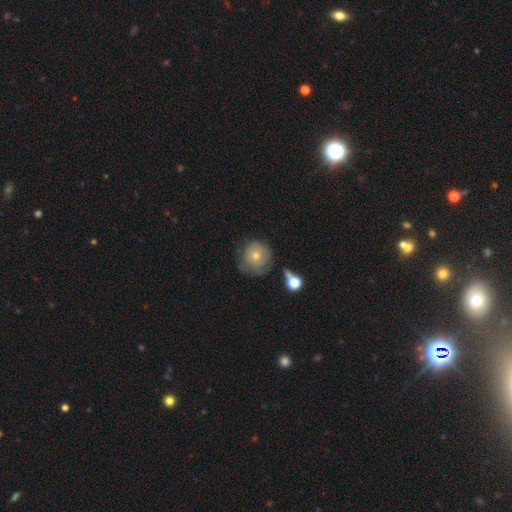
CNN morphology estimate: Overall: smooth (64%; featured or disk 27%). How rounded: round (87%). Merging: none (56%; minor disturbance 27%).